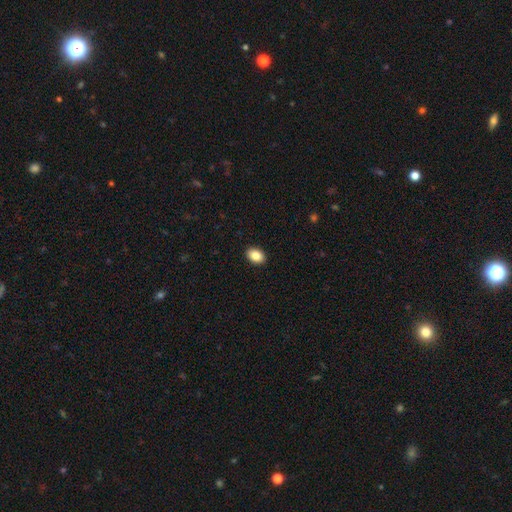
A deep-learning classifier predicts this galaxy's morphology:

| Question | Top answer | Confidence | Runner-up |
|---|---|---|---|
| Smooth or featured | smooth | 87% | star or artifact (8%) |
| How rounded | in between | 79% | round (20%) |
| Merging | none | 91% | minor disturbance (6%) |